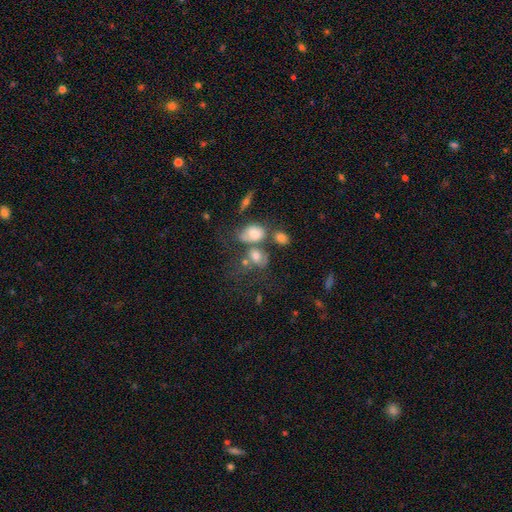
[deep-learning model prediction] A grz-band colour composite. It shows a smooth galaxy with no disk features (68%) that is in between round and cigar-shaped (62%). Merging: merger (36%).